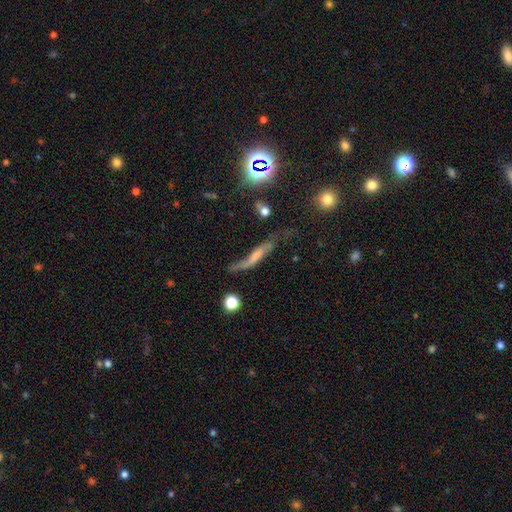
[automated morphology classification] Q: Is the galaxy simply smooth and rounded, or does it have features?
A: featured or disk — 52%.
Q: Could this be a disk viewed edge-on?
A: no — 54%.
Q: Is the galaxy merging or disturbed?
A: none — 40%.